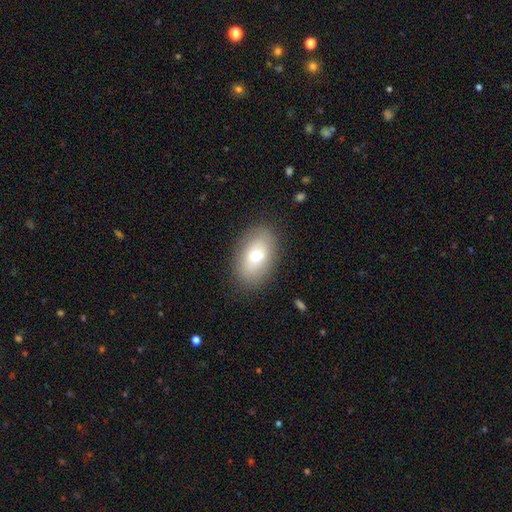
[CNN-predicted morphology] The model was most divided on "smooth or featured": smooth: 67%, featured or disk: 24%, star or artifact: 9%. More confident: how rounded — in between (87%); merging — none (83%).